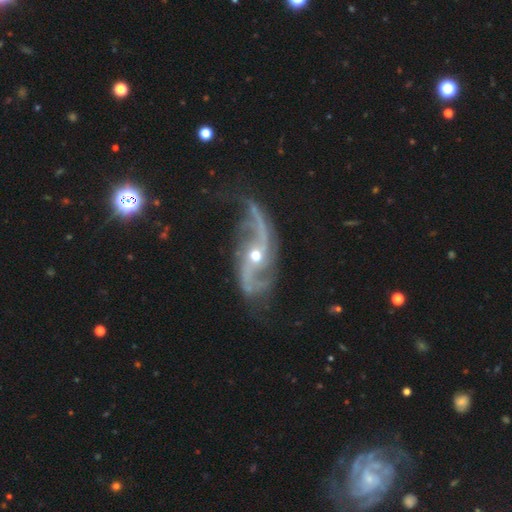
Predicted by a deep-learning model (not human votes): Morphology: type=featured or disk (92%); edge-on=no (97%); bar=no (55%); spiral arms=yes (97%); winding=loose (71%); arm count=2 (91%); bulge=moderate (57%); merging=none (60%).